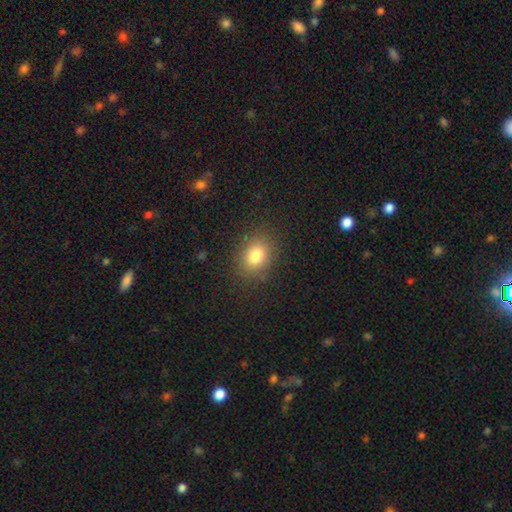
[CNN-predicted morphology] A smooth galaxy with no disk features (80%) that is in between round and cigar-shaped (56%). Merging: none (85%).